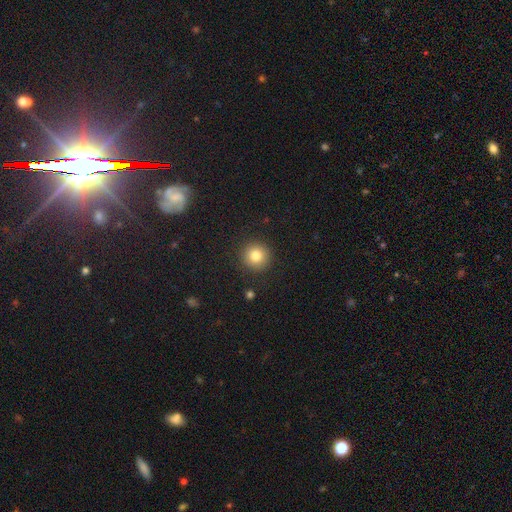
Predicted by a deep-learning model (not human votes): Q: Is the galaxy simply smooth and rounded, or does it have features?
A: smooth — 82%.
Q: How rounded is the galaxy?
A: round — 95%.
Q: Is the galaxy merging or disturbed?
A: none — 91%.